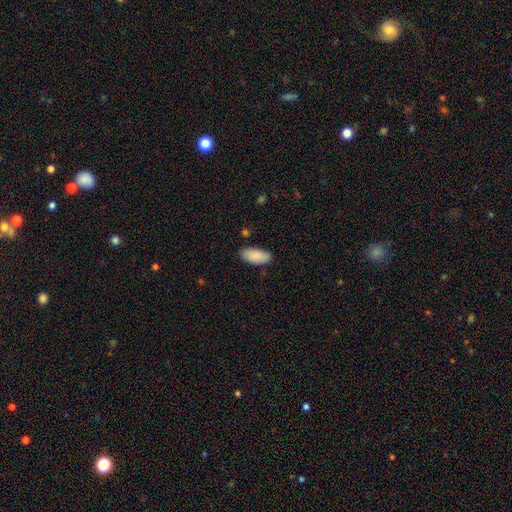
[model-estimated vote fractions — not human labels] Morphology: type=smooth (89%); roundness=in between (90%); merging=none (84%).